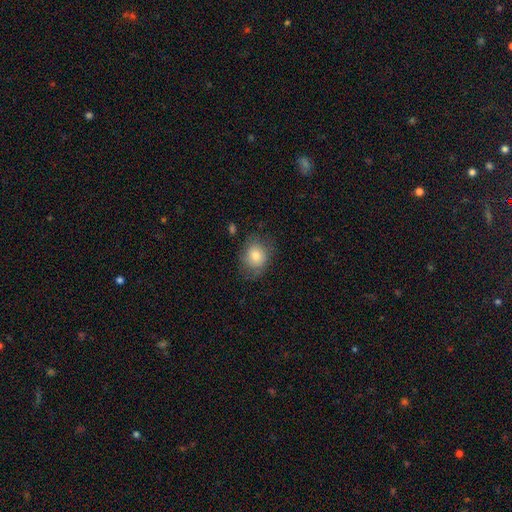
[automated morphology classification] This is likely a smooth galaxy (78%). How rounded: possibly round (56%). Merging: likely none (69%).